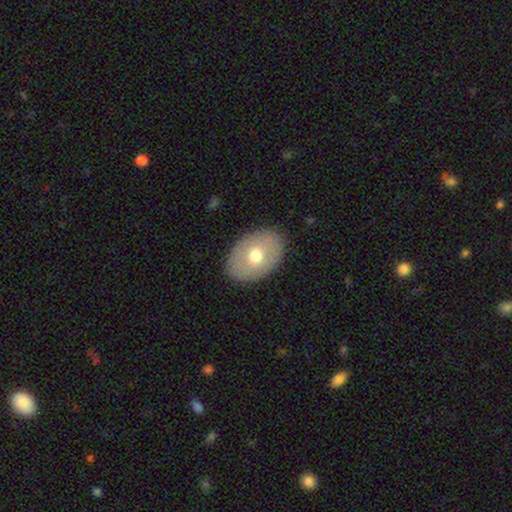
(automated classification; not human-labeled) Smooth or featured: smooth — 63% (featured or disk — 30%)
How rounded: in between — 82% (round — 16%)
Merging: none — 87% (minor disturbance — 9%)